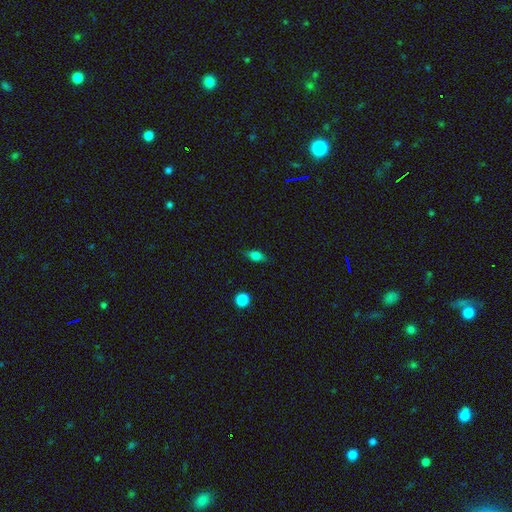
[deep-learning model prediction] This appears to be a smooth galaxy with no disk features (75%) that is in between round and cigar-shaped (76%). Merging: none (82%).